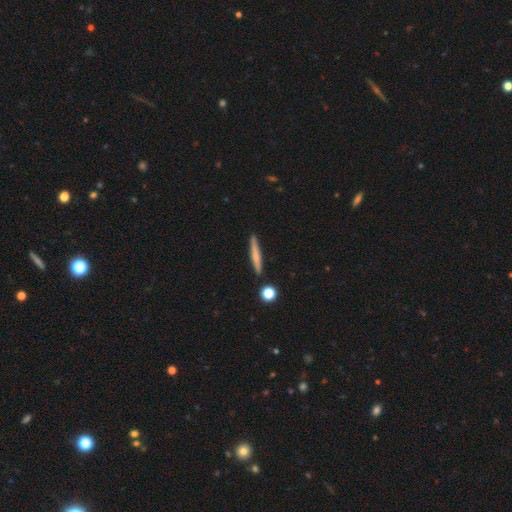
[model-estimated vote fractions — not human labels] Smooth or featured? smooth (61%)
How rounded? cigar-shaped (94%)
Merging? none (89%)